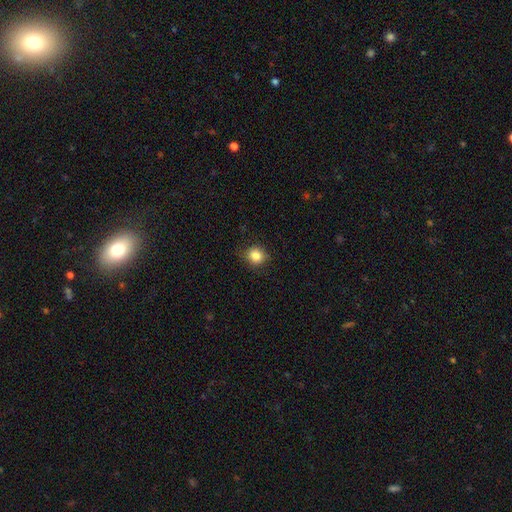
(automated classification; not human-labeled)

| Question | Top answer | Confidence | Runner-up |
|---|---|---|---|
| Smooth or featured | smooth | 85% | star or artifact (10%) |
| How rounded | round | 84% | in between (15%) |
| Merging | none | 83% | minor disturbance (13%) |